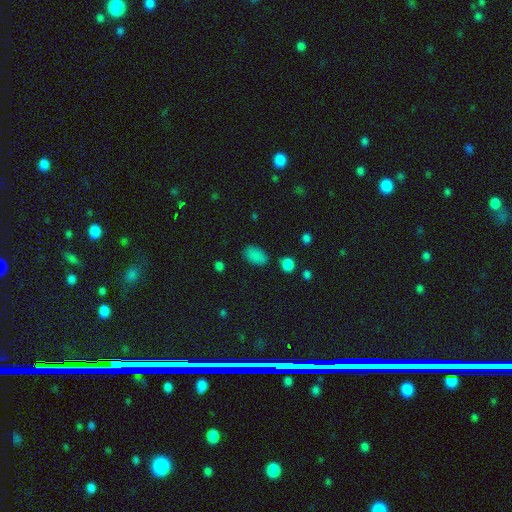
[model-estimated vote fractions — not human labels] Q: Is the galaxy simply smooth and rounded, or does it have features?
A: smooth — 83%.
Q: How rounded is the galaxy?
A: in between — 90%.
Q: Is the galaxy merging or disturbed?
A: none — 77%.